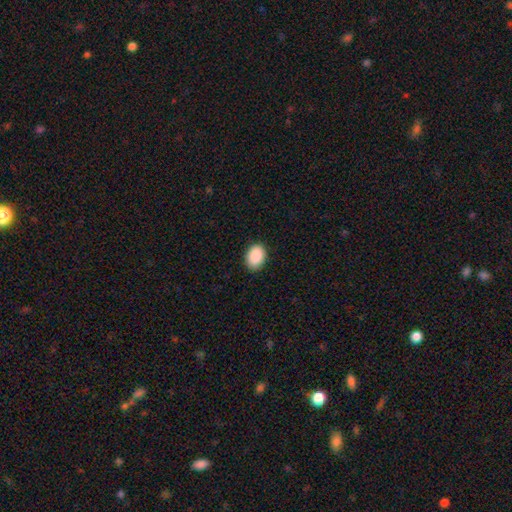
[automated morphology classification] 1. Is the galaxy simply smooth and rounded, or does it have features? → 91% smooth, 7% star or artifact, 3% featured or disk.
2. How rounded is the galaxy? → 82% in between, 17% round, 1% cigar-shaped.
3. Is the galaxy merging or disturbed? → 89% none, 8% minor disturbance, 2% major disturbance, 1% merger.